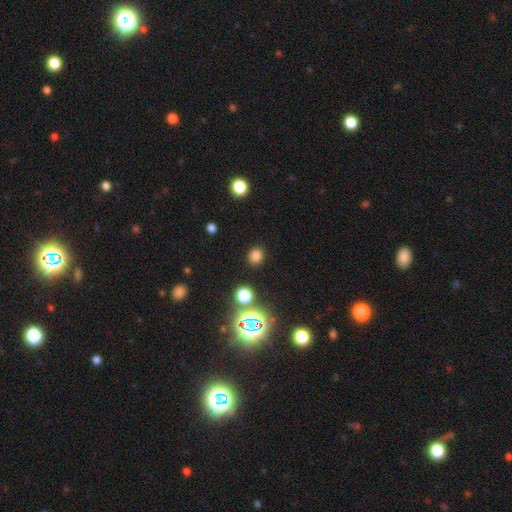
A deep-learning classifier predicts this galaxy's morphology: This is likely a smooth galaxy (76%). How rounded: likely round (70%). Merging: clearly none (87%).